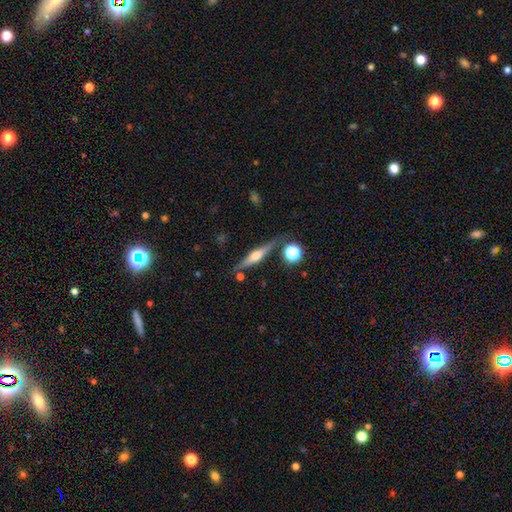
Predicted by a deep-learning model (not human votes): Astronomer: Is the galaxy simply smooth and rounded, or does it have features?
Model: featured or disk — 66%.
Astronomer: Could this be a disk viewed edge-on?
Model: yes — 96%.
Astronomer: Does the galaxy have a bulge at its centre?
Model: rounded — 90%.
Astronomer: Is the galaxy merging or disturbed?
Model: none — 78%.